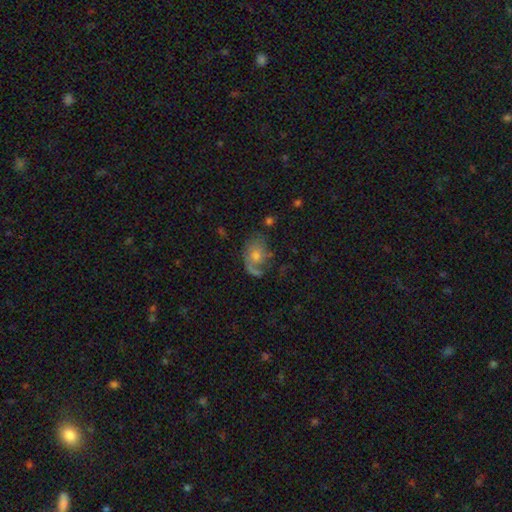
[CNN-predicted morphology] Smooth or featured? Predicted: featured or disk (p=0.51). Edge-on disk? Predicted: no (p=0.96). Merging? Predicted: none (p=0.50).